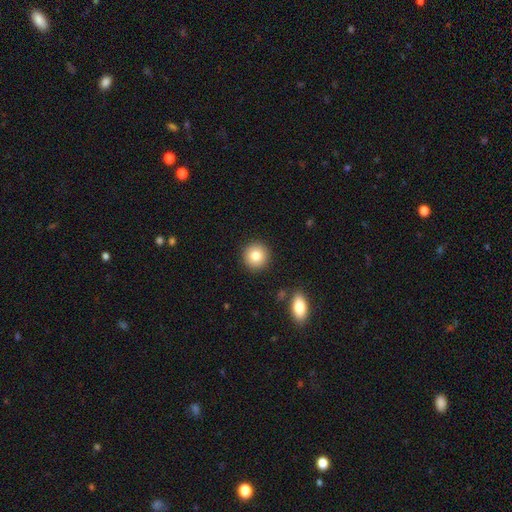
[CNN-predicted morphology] A smooth galaxy with no disk features (81%) that is round (94%).

Vote fractions:
- Smooth or featured? smooth: 81% / featured or disk: 10% / star or artifact: 9%
- How rounded? round: 94% / in between: 5% / cigar-shaped: 1%
- Merging? none: 90% / minor disturbance: 6% / major disturbance: 2% / merger: 2%